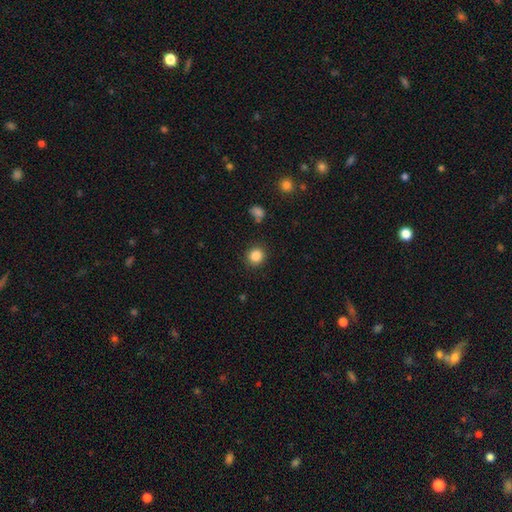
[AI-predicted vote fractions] A smooth galaxy with no disk features (86%) that is round (89%).

Vote fractions:
- Smooth or featured? smooth: 86% / star or artifact: 10% / featured or disk: 4%
- How rounded? round: 89% / in between: 10% / cigar-shaped: 1%
- Merging? none: 89% / minor disturbance: 7% / major disturbance: 2% / merger: 2%